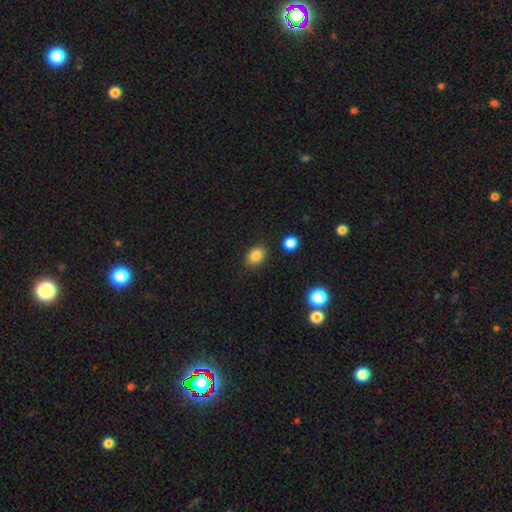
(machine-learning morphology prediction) Q: Smooth or featured?
A: smooth (84%); runner-up: star or artifact (10%)
Q: How rounded?
A: in between (70%); runner-up: round (29%)
Q: Merging?
A: none (84%); runner-up: minor disturbance (10%)